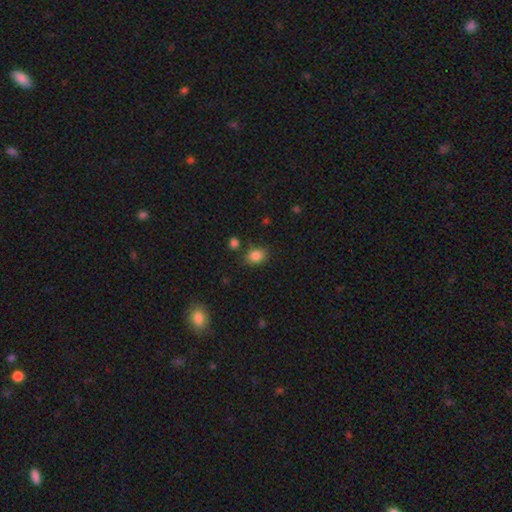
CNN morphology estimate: A smooth galaxy with no disk features (84%) that is in between round and cigar-shaped (61%).

Vote fractions:
- Smooth or featured? smooth: 84% / star or artifact: 10% / featured or disk: 5%
- How rounded? in between: 61% / round: 38% / cigar-shaped: 1%
- Merging? none: 77% / minor disturbance: 14% / merger: 5% / major disturbance: 4%